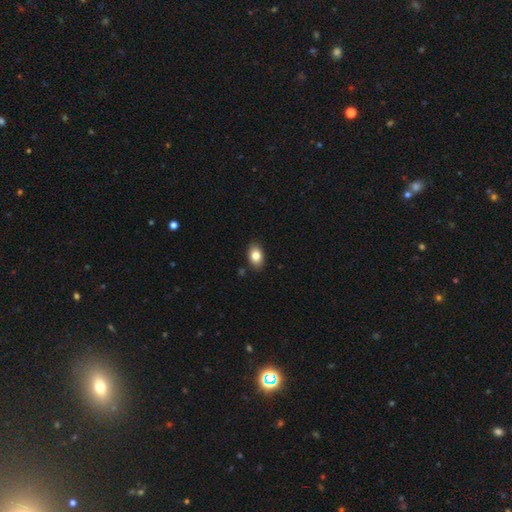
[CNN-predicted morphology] Smooth or featured: smooth — 83% (featured or disk — 9%)
How rounded: in between — 84% (round — 15%)
Merging: none — 88% (minor disturbance — 9%)